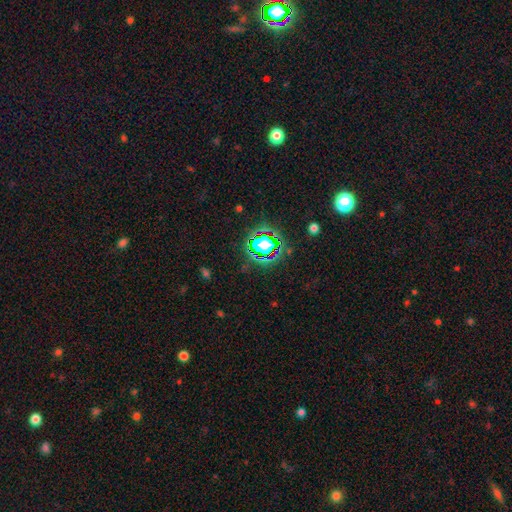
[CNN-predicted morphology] Smooth or featured: star or artifact — 76% (smooth — 15%)